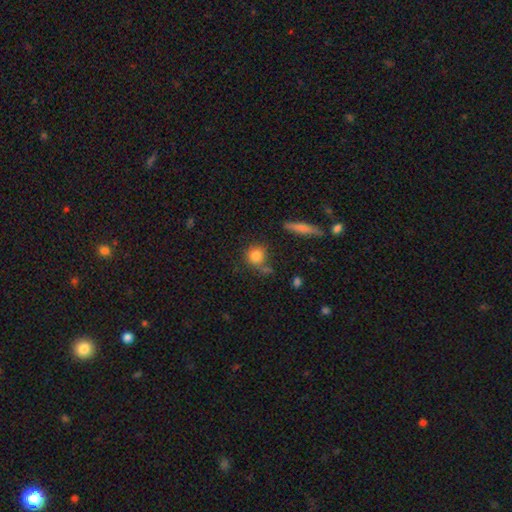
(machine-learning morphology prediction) smooth-or-featured: smooth: 82% | star or artifact: 10% | featured or disk: 8%
  how-rounded: round: 83% | in between: 13% | cigar-shaped: 3%
  merging: none: 68% | minor disturbance: 14% | merger: 13% | major disturbance: 5%